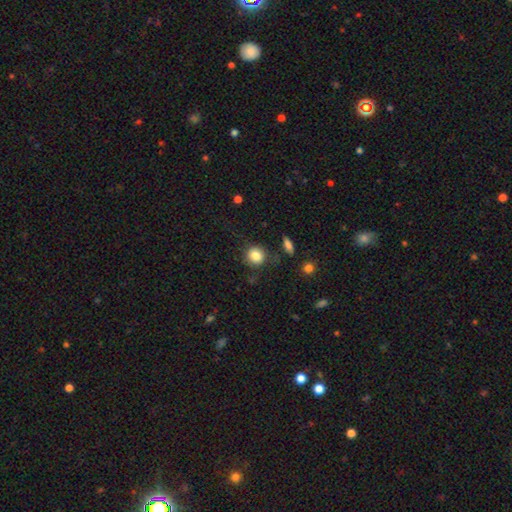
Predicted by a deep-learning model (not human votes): A smooth galaxy with no disk features (84%) that is round (82%). Merging: none (79%).